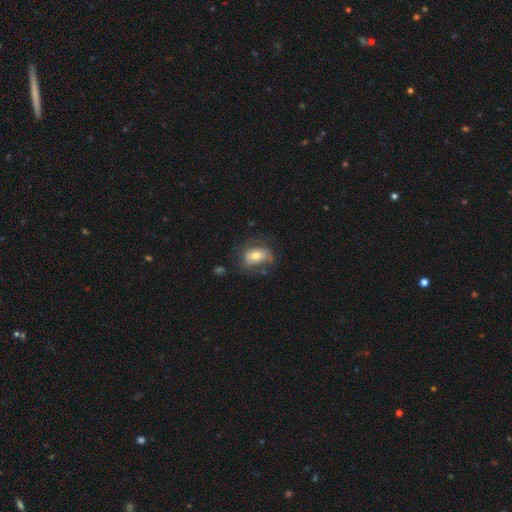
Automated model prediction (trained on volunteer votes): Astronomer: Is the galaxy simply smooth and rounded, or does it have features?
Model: smooth — 57% (runner-up: featured or disk, 35%).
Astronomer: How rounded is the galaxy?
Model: in between — 74%.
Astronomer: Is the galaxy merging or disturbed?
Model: none — 52%.